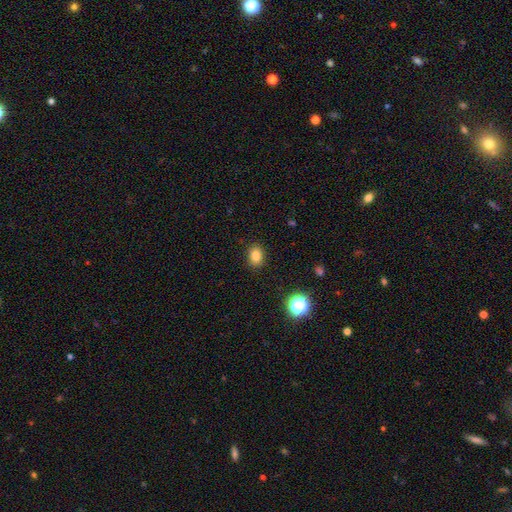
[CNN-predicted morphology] This appears to be a smooth galaxy with no disk features (82%) that is in between round and cigar-shaped (63%). Merging: none (89%).